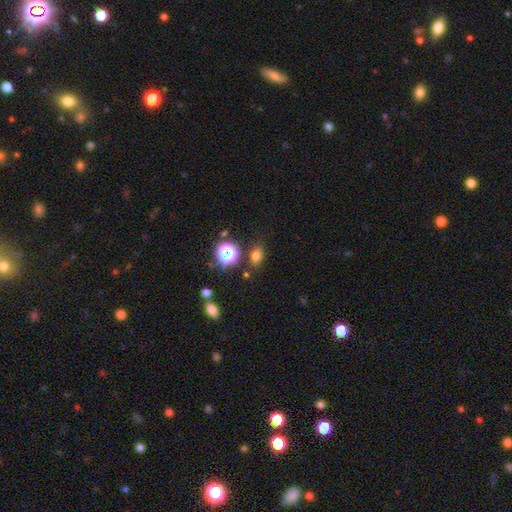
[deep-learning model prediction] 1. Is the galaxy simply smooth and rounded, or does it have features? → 70% smooth, 22% star or artifact, 7% featured or disk.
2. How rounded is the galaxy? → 64% in between, 34% round, 2% cigar-shaped.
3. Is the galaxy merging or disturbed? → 78% none, 13% minor disturbance, 5% merger, 4% major disturbance.